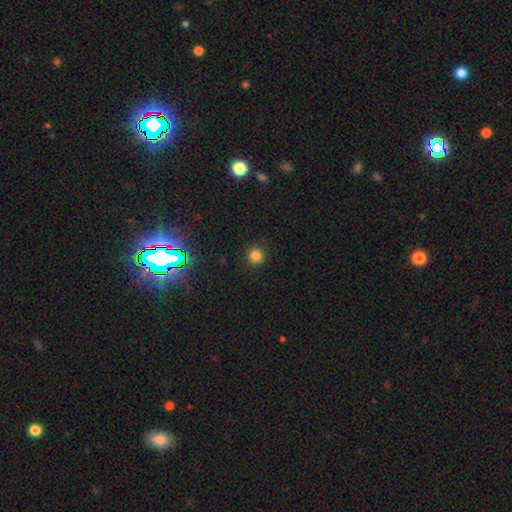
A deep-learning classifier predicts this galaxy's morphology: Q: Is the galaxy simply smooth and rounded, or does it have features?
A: smooth — 82%.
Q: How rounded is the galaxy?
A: round — 95%.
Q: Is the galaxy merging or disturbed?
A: none — 91%.